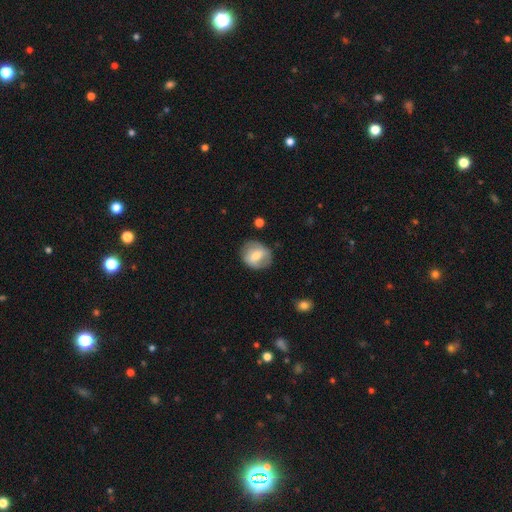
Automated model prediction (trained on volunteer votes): smooth-or-featured: smooth: 55% | featured or disk: 38% | star or artifact: 7%
  how-rounded: round: 72% | in between: 26% | cigar-shaped: 1%
  merging: none: 76% | minor disturbance: 17% | major disturbance: 6% | merger: 2%